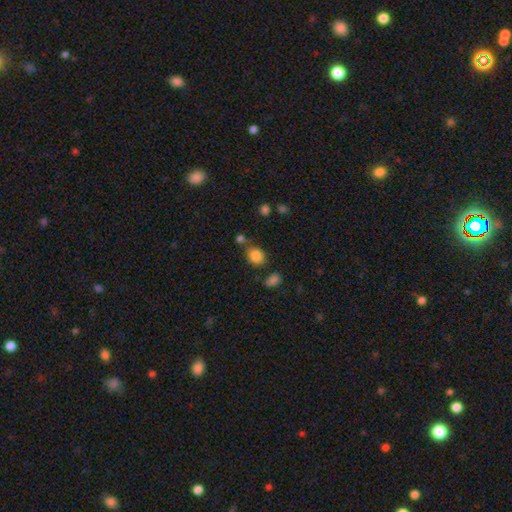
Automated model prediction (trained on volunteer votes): Overall: smooth (84%). How rounded: round (52%; in between 47%). Merging: none (64%).